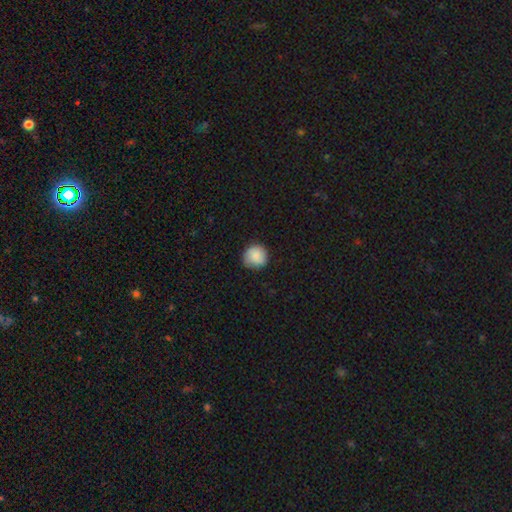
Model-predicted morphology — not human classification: Smooth or featured?
  - smooth: 85% *
  - featured or disk: 8%
  - star or artifact: 7%
How rounded?
  - round: 92% *
  - in between: 7%
  - cigar-shaped: 1%
Merging?
  - none: 82% *
  - minor disturbance: 14%
  - major disturbance: 3%
  - merger: 1%